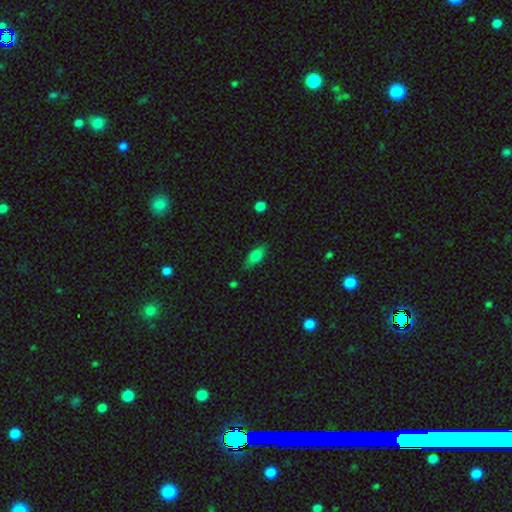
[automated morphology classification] This is likely a smooth galaxy (78%). How rounded: clearly in between (80%). Merging: likely none (76%).